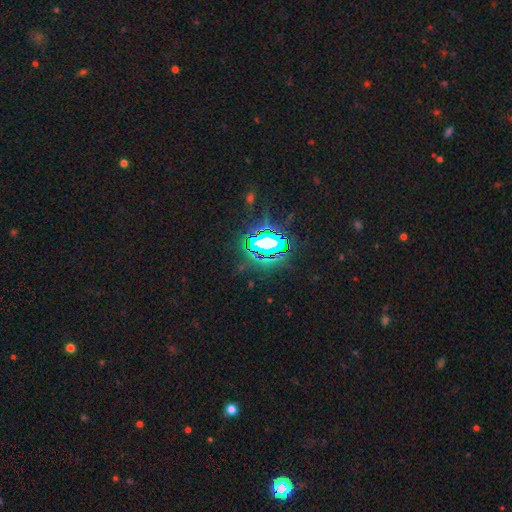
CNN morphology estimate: Smooth or featured?
  - star or artifact: 82% *
  - smooth: 12%
  - featured or disk: 7%